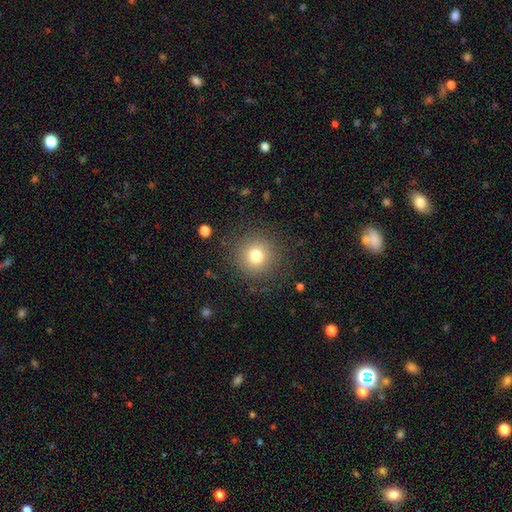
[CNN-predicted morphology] Smooth or featured?
  - smooth: 77% *
  - star or artifact: 13%
  - featured or disk: 10%
How rounded?
  - round: 94% *
  - in between: 5%
  - cigar-shaped: 1%
Merging?
  - none: 87% *
  - minor disturbance: 8%
  - major disturbance: 4%
  - merger: 1%